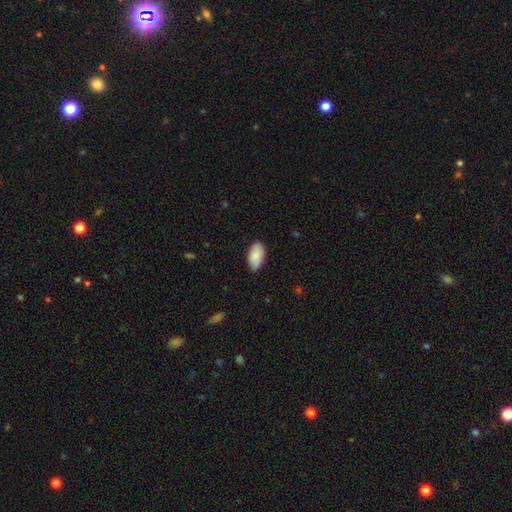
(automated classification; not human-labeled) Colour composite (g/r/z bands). It shows a smooth galaxy with no disk features (84%) that is in between round and cigar-shaped (95%). Merging: none (75%).